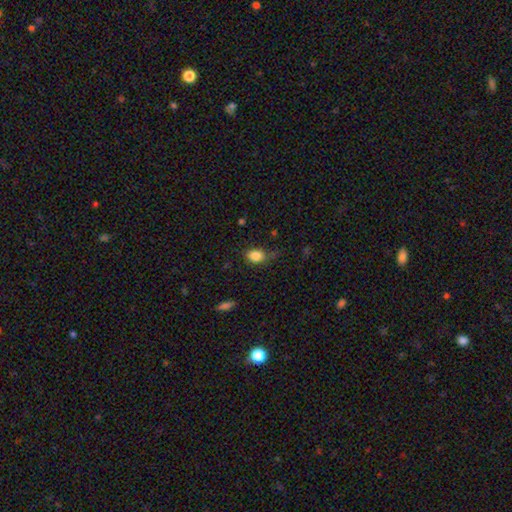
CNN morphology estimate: smooth_or_featured: smooth (p=0.84) [alt: star or artifact p=0.10]
how_rounded: in between (p=0.62) [alt: round p=0.37]
merging: none (p=0.56) [alt: minor disturbance p=0.30]